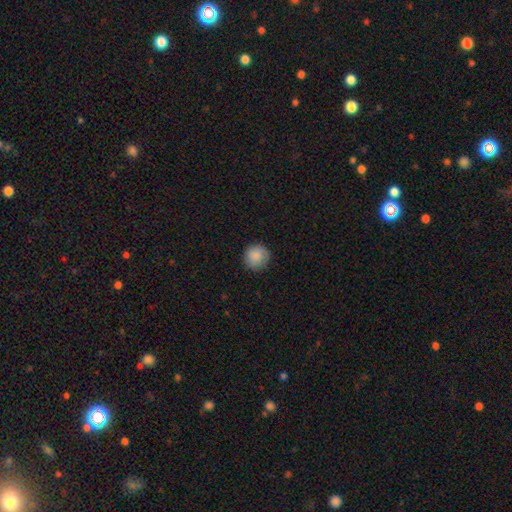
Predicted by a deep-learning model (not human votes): The model was most divided on "merging": none: 87%, minor disturbance: 9%, major disturbance: 2%, merger: 1%. More confident: how rounded — round (94%); smooth or featured — smooth (87%).